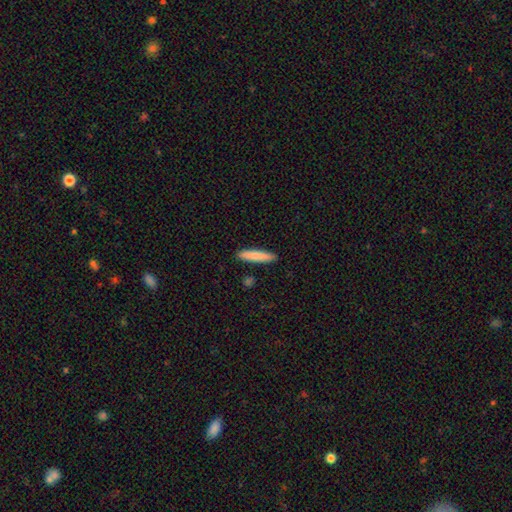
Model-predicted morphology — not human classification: This is clearly a smooth galaxy (83%). How rounded: clearly cigar-shaped (88%). Merging: clearly none (90%).